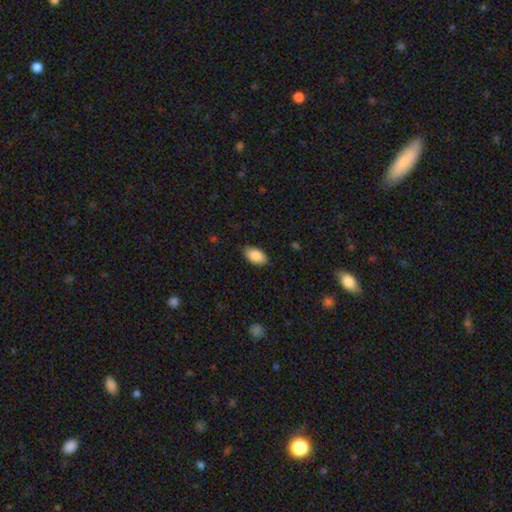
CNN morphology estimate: Smooth or featured?
  - smooth: 89% *
  - star or artifact: 6%
  - featured or disk: 5%
How rounded?
  - in between: 95% *
  - round: 3%
  - cigar-shaped: 2%
Merging?
  - none: 86% *
  - minor disturbance: 11%
  - major disturbance: 2%
  - merger: 1%